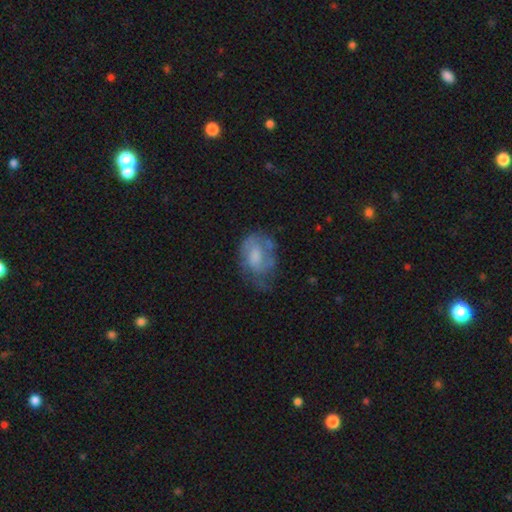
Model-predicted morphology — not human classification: Smooth or featured?
  - featured or disk: 47% *
  - smooth: 45%
  - star or artifact: 8%
Merging?
  - none: 43% *
  - minor disturbance: 31%
  - major disturbance: 23%
  - merger: 3%